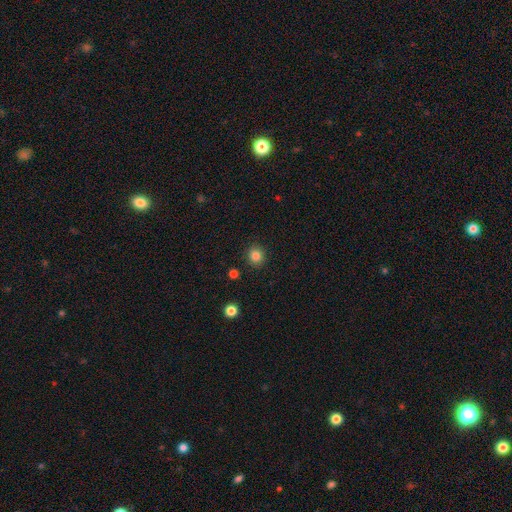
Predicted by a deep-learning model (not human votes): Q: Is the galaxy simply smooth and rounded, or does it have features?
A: smooth — 83%.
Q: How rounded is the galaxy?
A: round — 90%.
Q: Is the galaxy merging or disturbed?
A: none — 91%.